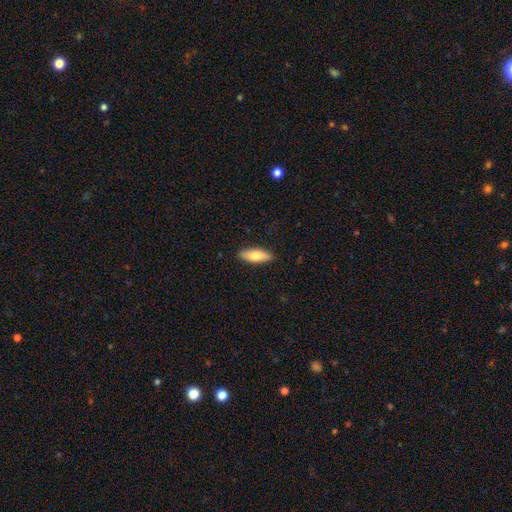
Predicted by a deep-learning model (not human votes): This appears to be a smooth galaxy with no disk features (76%) that is in between round and cigar-shaped (63%). Merging: none (89%).